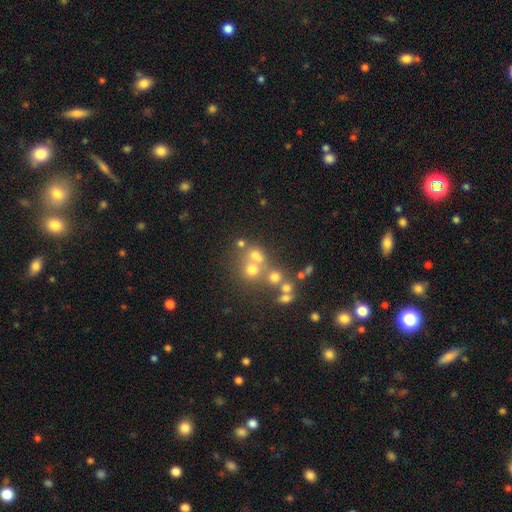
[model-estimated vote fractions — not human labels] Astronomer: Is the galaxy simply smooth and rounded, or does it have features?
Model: smooth — 58%.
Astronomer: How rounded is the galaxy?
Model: round — 77%.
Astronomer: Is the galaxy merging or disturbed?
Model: none — 46% (runner-up: merger, 39%).